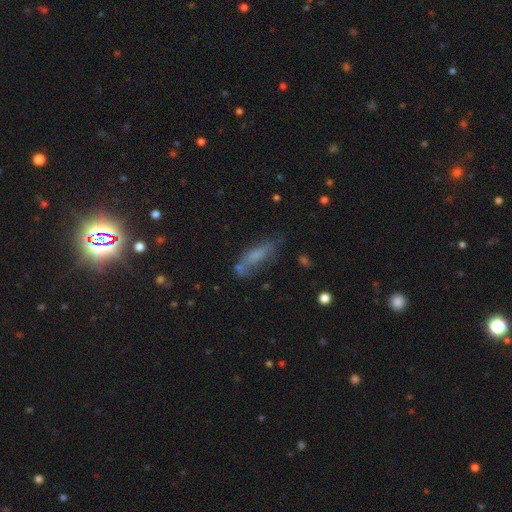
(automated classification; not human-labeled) Morphology: type=smooth (65%); roundness=cigar-shaped (59%); merging=none (54%).